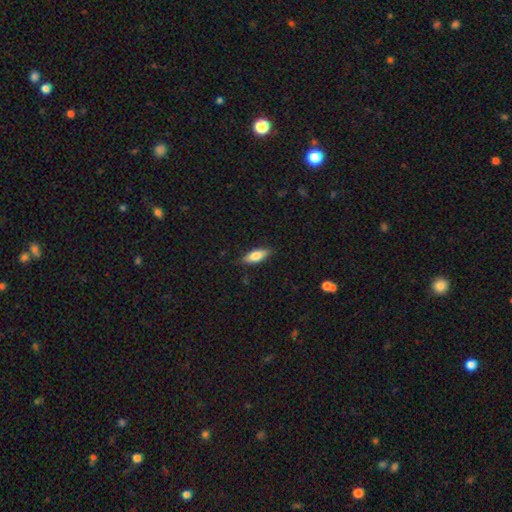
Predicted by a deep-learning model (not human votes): Smooth or featured?
  - smooth: 77% *
  - featured or disk: 17%
  - star or artifact: 6%
How rounded?
  - in between: 72% *
  - cigar-shaped: 25%
  - round: 2%
Merging?
  - none: 85% *
  - minor disturbance: 12%
  - major disturbance: 2%
  - merger: 1%